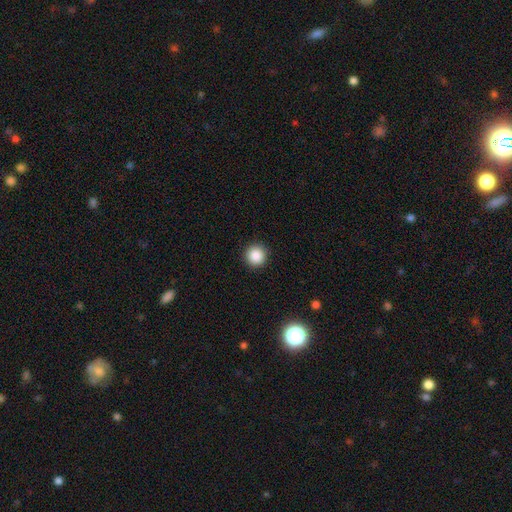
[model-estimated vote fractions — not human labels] Smooth or featured?
  - smooth: 87% *
  - star or artifact: 9%
  - featured or disk: 3%
How rounded?
  - round: 95% *
  - in between: 4%
  - cigar-shaped: 1%
Merging?
  - none: 93% *
  - minor disturbance: 5%
  - major disturbance: 2%
  - merger: 1%